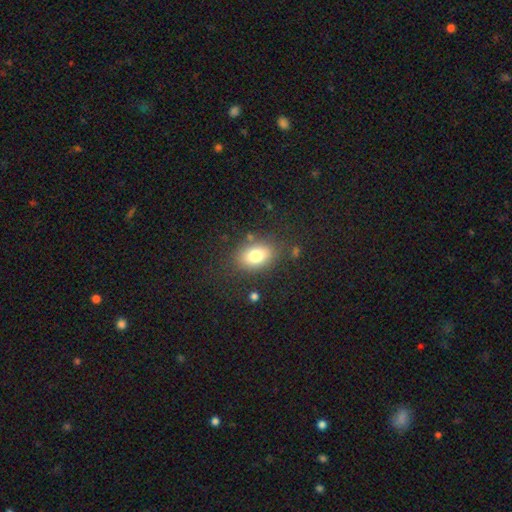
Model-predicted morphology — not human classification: Overall: smooth (79%). How rounded: in between (81%). Merging: none (79%).